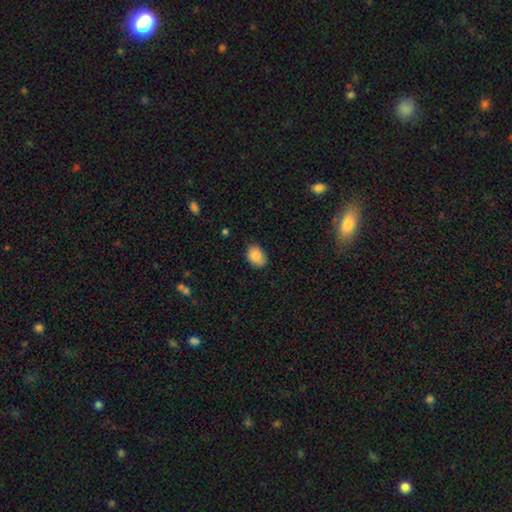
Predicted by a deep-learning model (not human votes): This is clearly a smooth galaxy (85%). How rounded: likely in between (75%). Merging: likely none (79%).